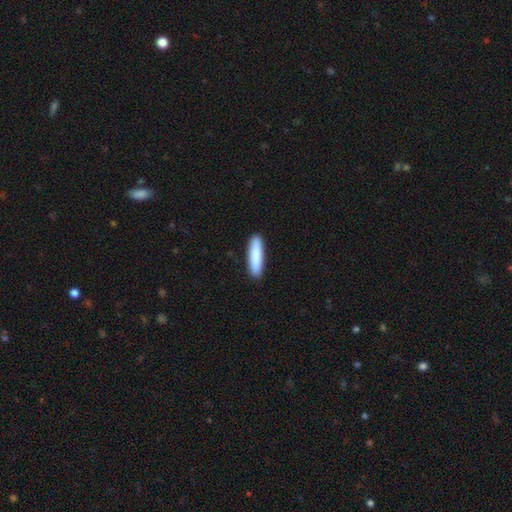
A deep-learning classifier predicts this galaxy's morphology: This is clearly a smooth galaxy (87%). How rounded: likely cigar-shaped (80%). Merging: clearly none (91%).